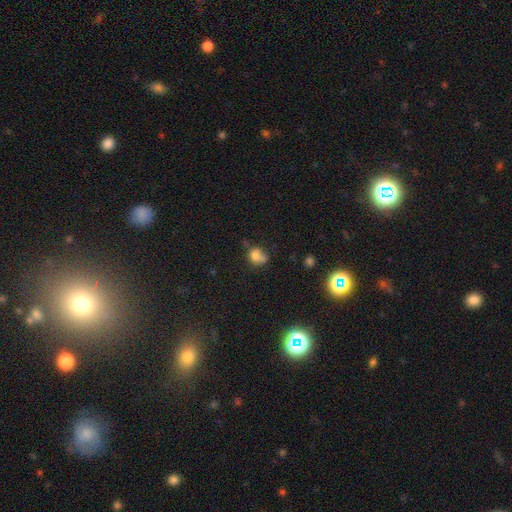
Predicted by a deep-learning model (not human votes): Overall: smooth (74%). How rounded: round (58%; in between 41%). Merging: none (37%; merger 26%).